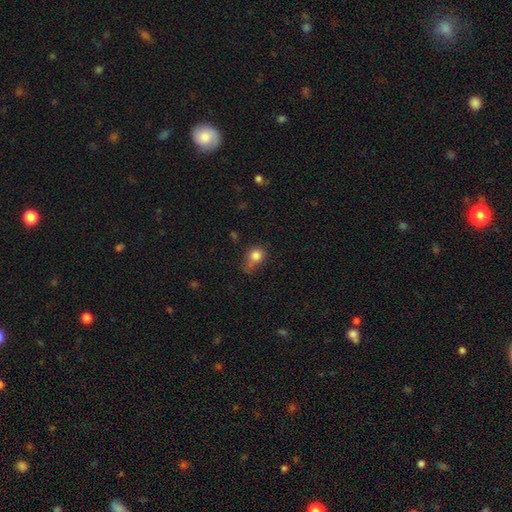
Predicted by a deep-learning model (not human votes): Smooth or featured? smooth (80%)
How rounded? round (63%)
Merging? none (41%)